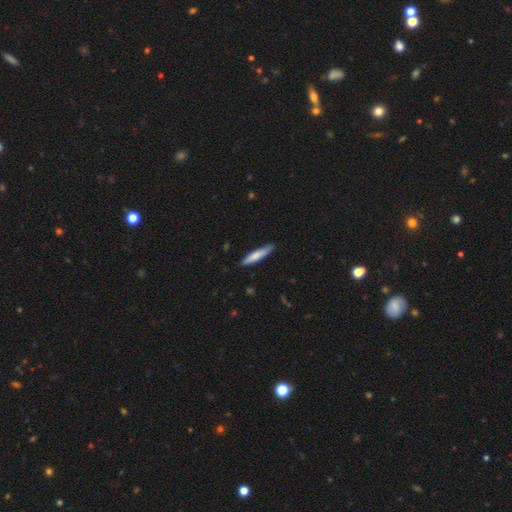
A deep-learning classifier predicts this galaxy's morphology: smooth 74%, featured or disk 21%, star or artifact 5%. Down the decision tree: how rounded — cigar-shaped (88%); merging — none (86%).